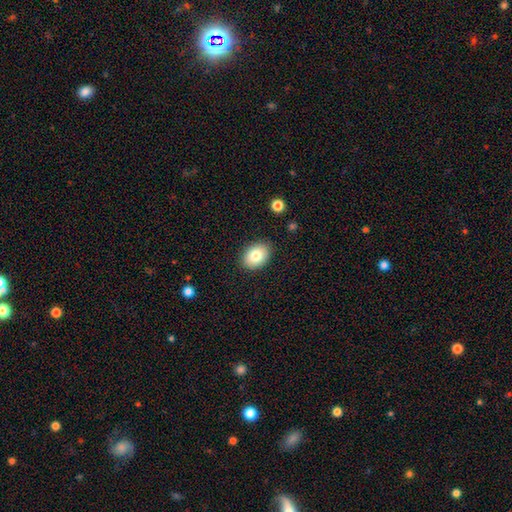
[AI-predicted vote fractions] A smooth galaxy with no disk features (82%) that is in between round and cigar-shaped (77%). Merging: none (87%).